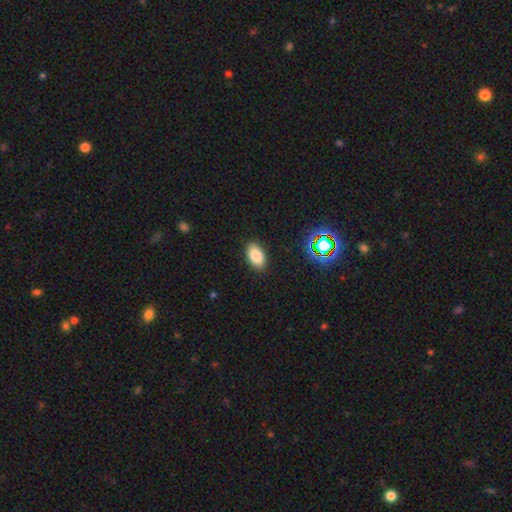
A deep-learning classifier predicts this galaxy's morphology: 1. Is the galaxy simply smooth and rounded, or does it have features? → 84% smooth, 10% star or artifact, 6% featured or disk.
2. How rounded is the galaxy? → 93% in between, 5% round, 2% cigar-shaped.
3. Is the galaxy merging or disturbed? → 88% none, 9% minor disturbance, 2% major disturbance, 1% merger.